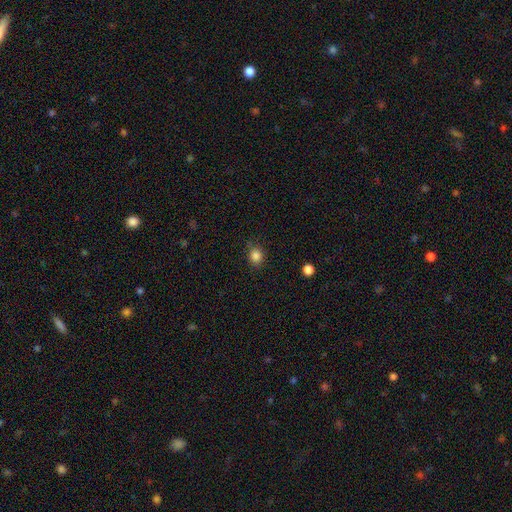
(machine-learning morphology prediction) Smooth or featured?
  - smooth: 85% *
  - star or artifact: 11%
  - featured or disk: 4%
How rounded?
  - round: 72% *
  - in between: 27%
  - cigar-shaped: 1%
Merging?
  - none: 80% *
  - minor disturbance: 15%
  - major disturbance: 3%
  - merger: 1%